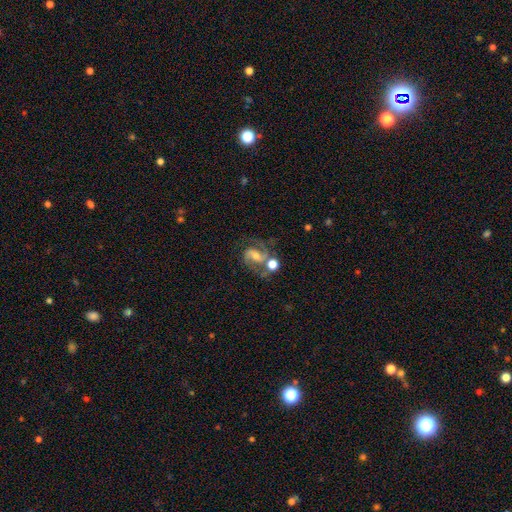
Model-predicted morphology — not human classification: A featured or disk galaxy (82%) with a weak bar (46%), 2 (88%) medium (59%) spiral arms (96%) and a moderate central bulge (49%).

Vote fractions:
- Smooth or featured? featured or disk: 82% / smooth: 9% / star or artifact: 9%
- Edge-on disk? no: 98% / yes: 2%
- Bar? weak: 46% / no: 29% / strong: 25%
- Spiral arms? yes: 96% / no: 4%
- Spiral winding? medium: 59% / tight: 23% / loose: 18%
- Spiral arm count? 2: 88% / can't tell: 4% / 1: 4% / 3: 2% / 4: 1% / more than 4: 1%
- Bulge size? moderate: 49% / small: 39% / large: 6% / none: 5% / dominant: 2%
- Merging? none: 58% / merger: 16% / minor disturbance: 15% / major disturbance: 11%